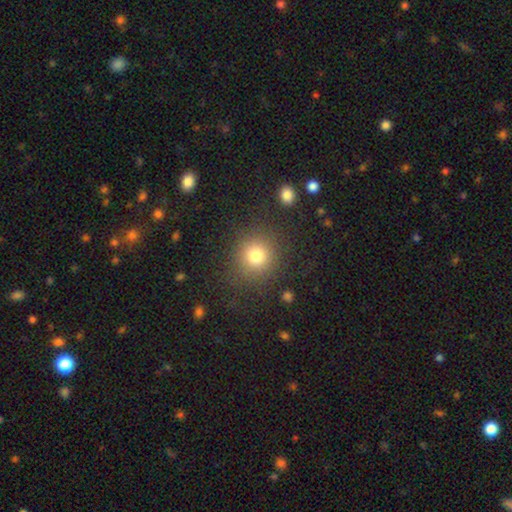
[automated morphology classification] Smooth or featured? smooth (79%)
How rounded? round (88%)
Merging? none (86%)